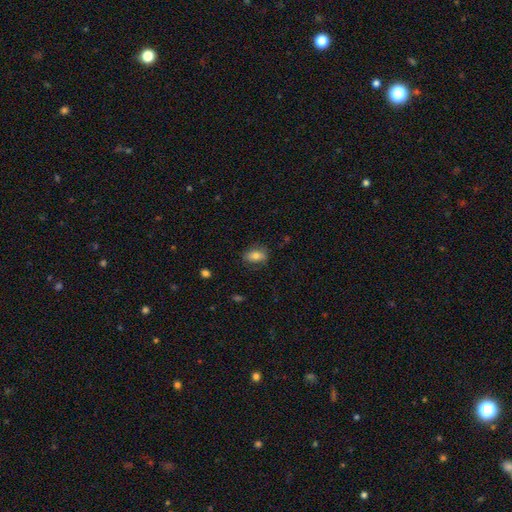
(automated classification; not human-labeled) smooth_or_featured: smooth (p=0.76) [alt: featured or disk p=0.16]
how_rounded: in between (p=0.84) [alt: round p=0.12]
merging: none (p=0.78) [alt: minor disturbance p=0.17]